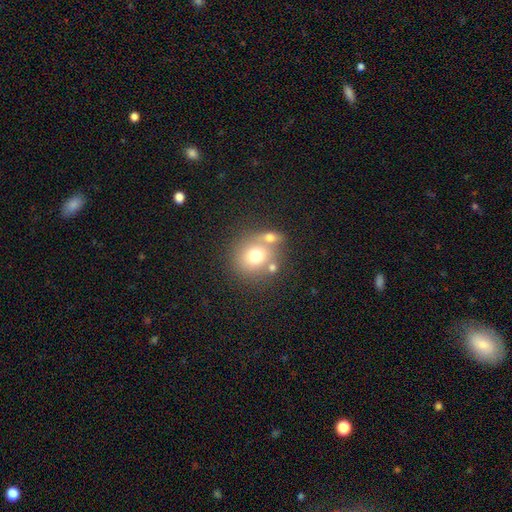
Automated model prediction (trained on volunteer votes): Smooth or featured? Predicted: smooth (p=0.71). How rounded? Predicted: round (p=0.81). Merging? Predicted: none (p=0.52).